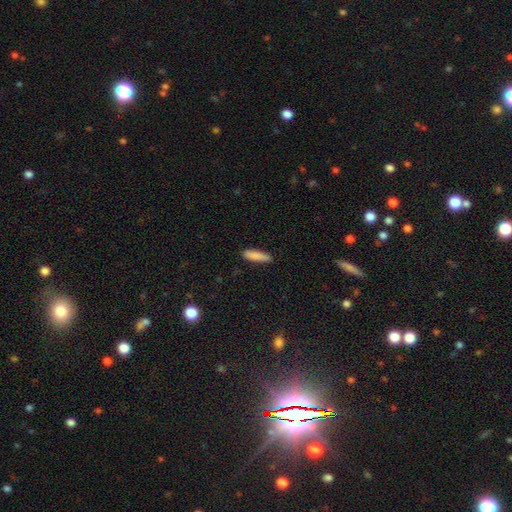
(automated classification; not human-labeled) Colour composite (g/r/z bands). It shows a smooth galaxy with no disk features (86%) that is cigar-shaped (69%). Merging: none (84%).